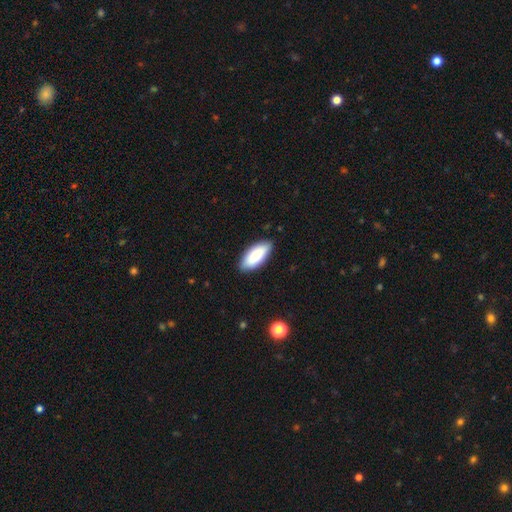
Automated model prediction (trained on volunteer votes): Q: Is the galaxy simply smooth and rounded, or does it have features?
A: smooth — 85%.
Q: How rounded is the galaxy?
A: in between — 84%.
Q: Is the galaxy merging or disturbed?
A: none — 87%.